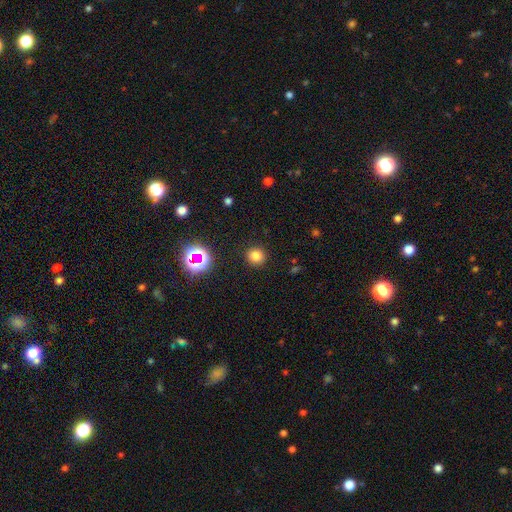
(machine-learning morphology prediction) Overall: smooth (78%). How rounded: round (91%). Merging: none (90%).